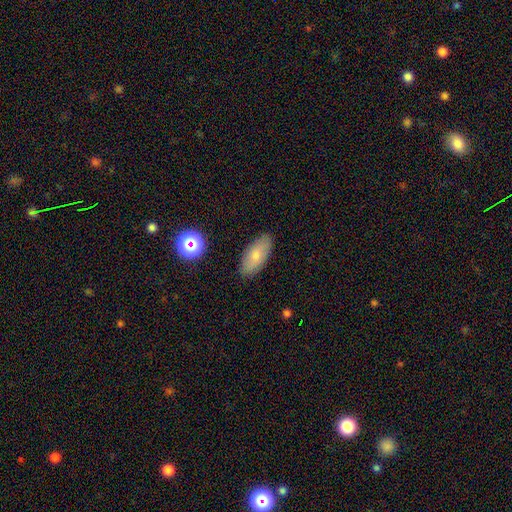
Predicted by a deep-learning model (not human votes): smooth 74%, featured or disk 18%, star or artifact 8%. Down the decision tree: how rounded — in between (87%); merging — none (86%).